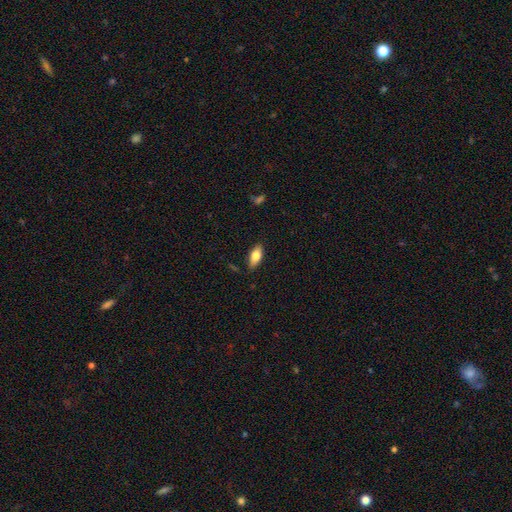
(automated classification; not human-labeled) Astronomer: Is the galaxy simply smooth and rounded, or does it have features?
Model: smooth — 77%.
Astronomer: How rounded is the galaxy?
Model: in between — 84%.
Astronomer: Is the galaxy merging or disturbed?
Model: none — 83%.